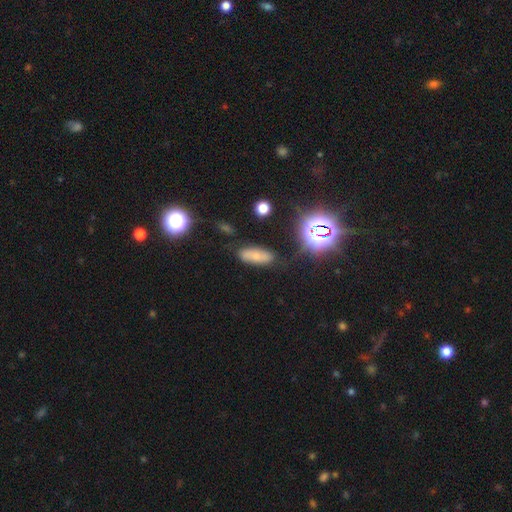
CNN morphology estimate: This is likely a smooth galaxy (63%). How rounded: likely in between (73%). Merging: likely none (77%).